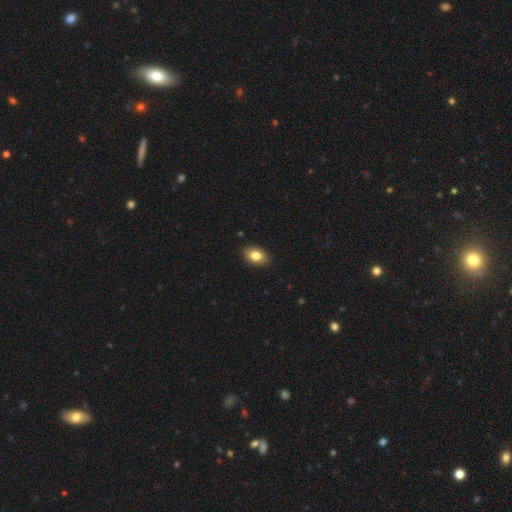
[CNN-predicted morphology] Smooth or featured? smooth (83%)
How rounded? in between (85%)
Merging? none (89%)